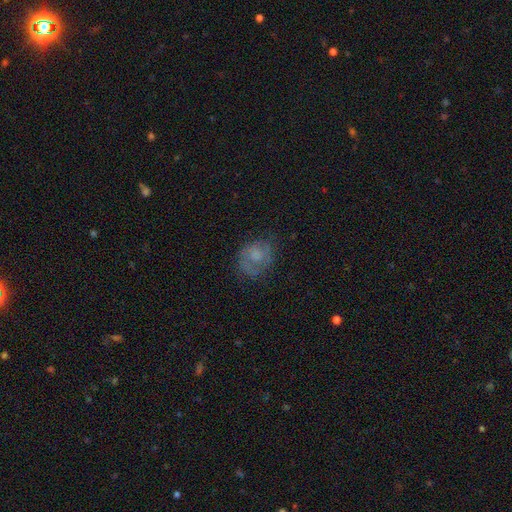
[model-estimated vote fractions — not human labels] Smooth or featured: featured or disk — 46% (smooth — 43%)
Merging: none — 62% (minor disturbance — 23%)